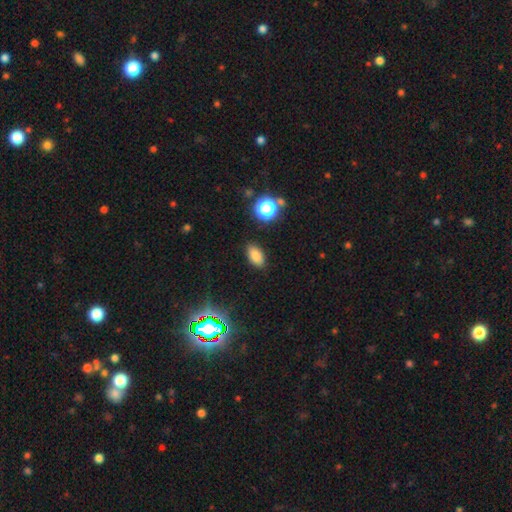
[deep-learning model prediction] smooth_or_featured: smooth (p=0.79) [alt: star or artifact p=0.14]
how_rounded: in between (p=0.90) [alt: round p=0.08]
merging: none (p=0.86) [alt: minor disturbance p=0.09]